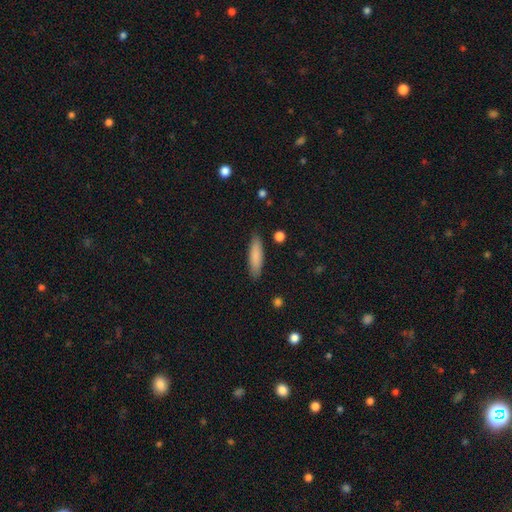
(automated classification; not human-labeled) Smooth or featured? Predicted: smooth (p=0.84). How rounded? Predicted: cigar-shaped (p=0.69). Merging? Predicted: none (p=0.88).